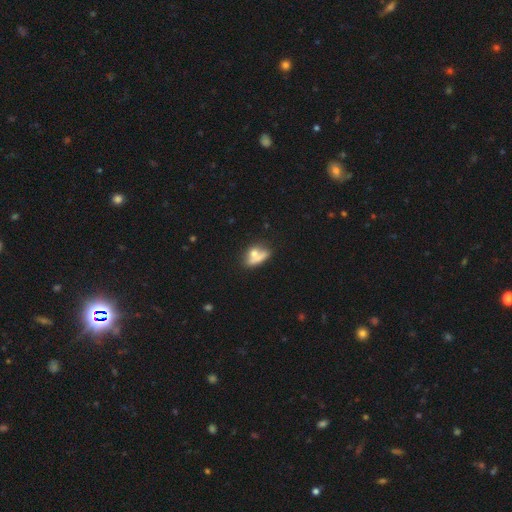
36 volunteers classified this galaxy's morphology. A smooth galaxy with no disk features (53%) that is in between round and cigar-shaped (63%). Merging: merger (40%).